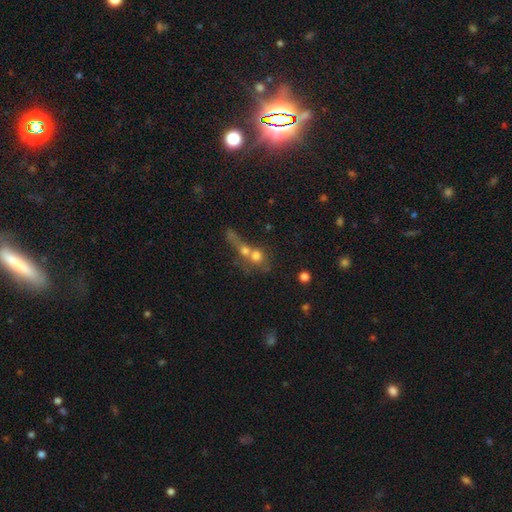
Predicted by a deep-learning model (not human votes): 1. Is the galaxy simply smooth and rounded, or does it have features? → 63% smooth, 23% featured or disk, 14% star or artifact.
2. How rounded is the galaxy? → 73% round, 20% in between, 6% cigar-shaped.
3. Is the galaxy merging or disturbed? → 66% merger, 20% none, 8% major disturbance, 6% minor disturbance.